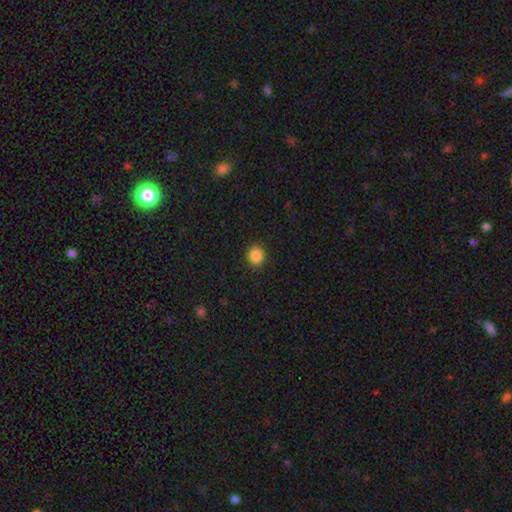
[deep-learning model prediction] Overall: smooth (87%). How rounded: round (78%). Merging: none (90%).